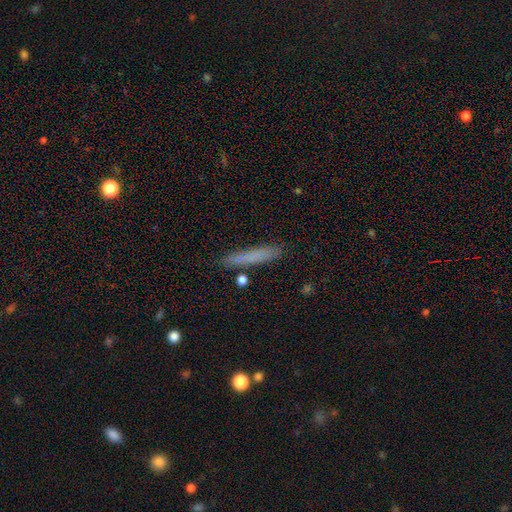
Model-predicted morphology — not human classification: This is likely a smooth galaxy (75%). How rounded: clearly cigar-shaped (94%). Merging: clearly none (85%).